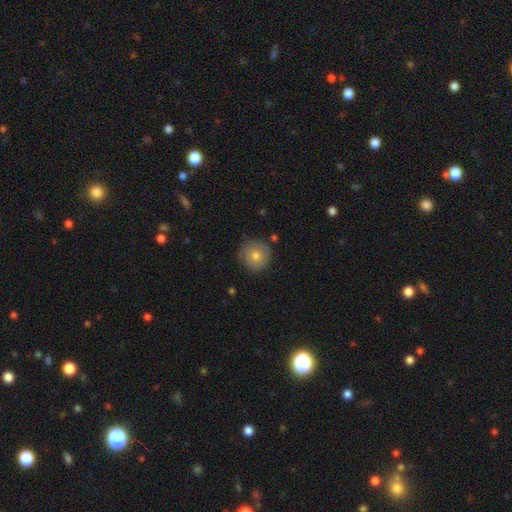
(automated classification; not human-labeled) Overall: smooth (70%). How rounded: round (94%). Merging: none (83%).